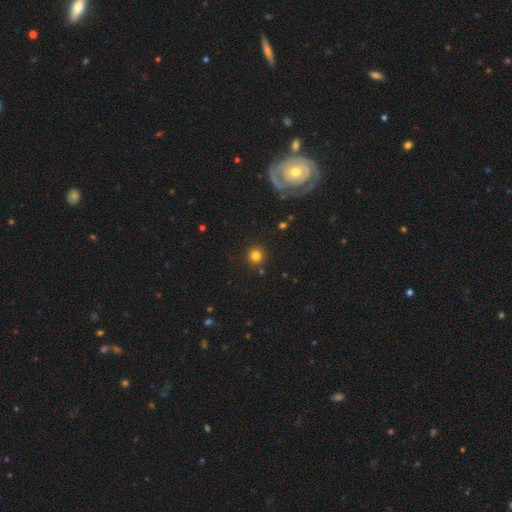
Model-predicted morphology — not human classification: Smooth or featured? smooth (79%)
How rounded? round (93%)
Merging? none (89%)